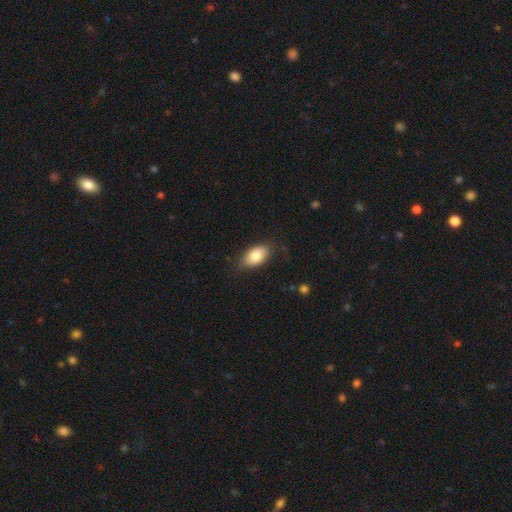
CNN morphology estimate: Smooth or featured?
  - smooth: 82% *
  - featured or disk: 11%
  - star or artifact: 7%
How rounded?
  - in between: 92% *
  - round: 5%
  - cigar-shaped: 3%
Merging?
  - none: 78% *
  - minor disturbance: 17%
  - major disturbance: 4%
  - merger: 1%